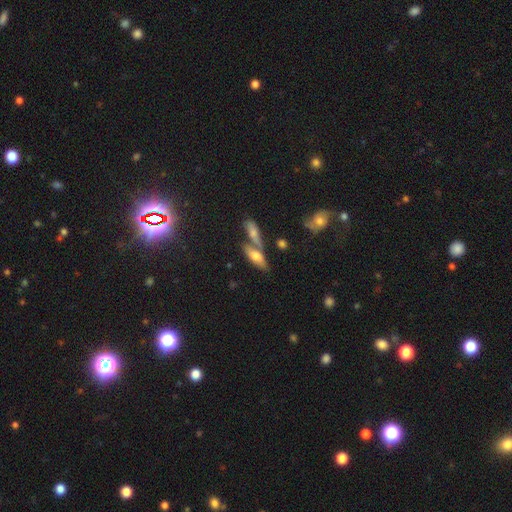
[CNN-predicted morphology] This is likely a smooth galaxy (61%). How rounded: likely in between (62%). Merging: possibly none (48%).